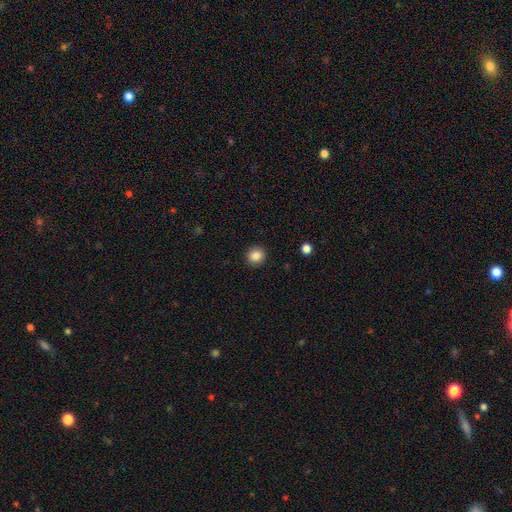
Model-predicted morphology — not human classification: Smooth or featured?
  - smooth: 86% *
  - star or artifact: 10%
  - featured or disk: 4%
How rounded?
  - round: 90% *
  - in between: 9%
  - cigar-shaped: 1%
Merging?
  - none: 92% *
  - minor disturbance: 5%
  - major disturbance: 2%
  - merger: 1%